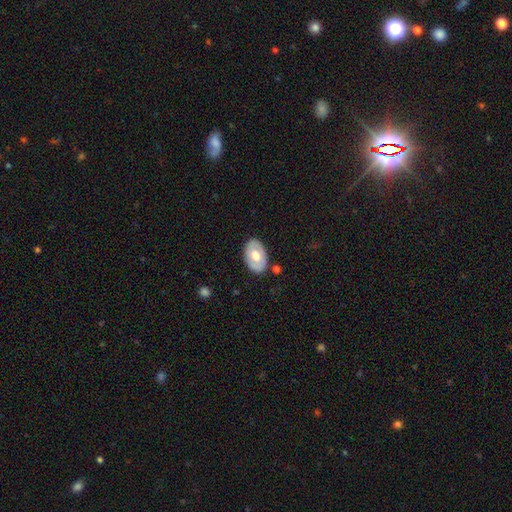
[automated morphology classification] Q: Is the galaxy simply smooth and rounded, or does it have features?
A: smooth — 51%.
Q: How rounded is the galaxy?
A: in between — 89%.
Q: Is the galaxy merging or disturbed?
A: none — 82%.